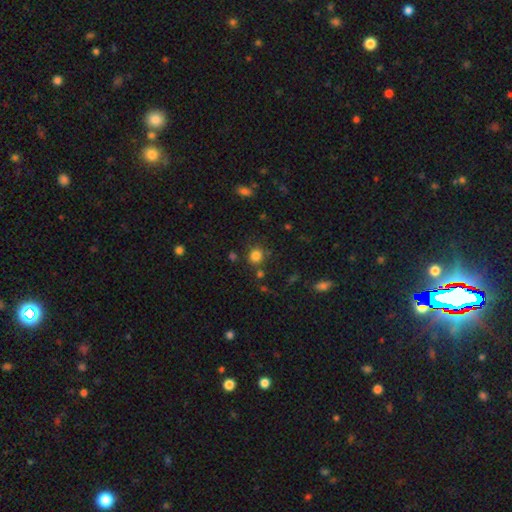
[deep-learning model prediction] smooth_or_featured: smooth (p=0.81) [alt: star or artifact p=0.14]
how_rounded: round (p=0.85) [alt: in between p=0.14]
merging: none (p=0.78) [alt: minor disturbance p=0.11]